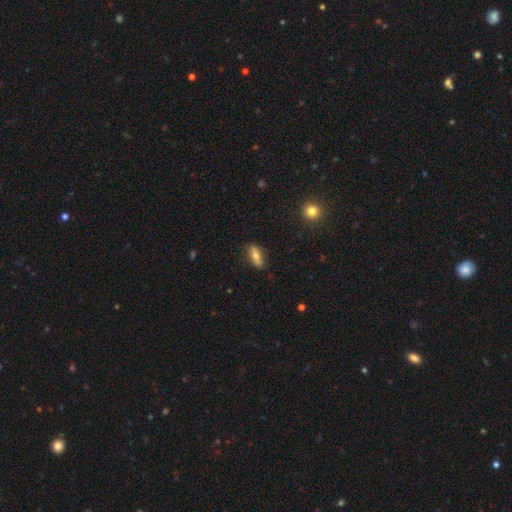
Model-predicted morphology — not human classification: A smooth galaxy with no disk features (60%) that is in between round and cigar-shaped (73%). Merging: none (82%).